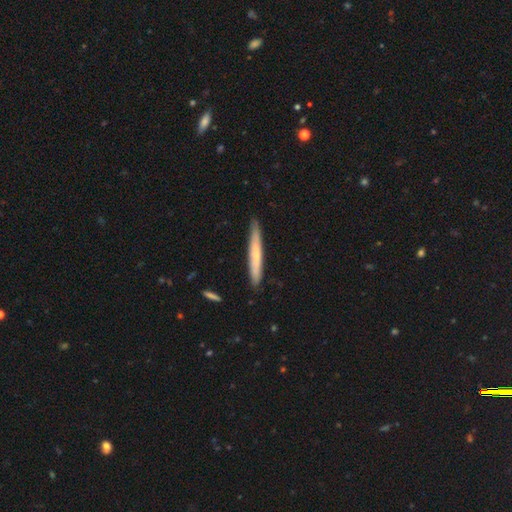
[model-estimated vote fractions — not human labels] A smooth galaxy with no disk features (57%) that is cigar-shaped (96%).

Vote fractions:
- Smooth or featured? smooth: 57% / featured or disk: 38% / star or artifact: 5%
- How rounded? cigar-shaped: 96% / in between: 3% / round: 1%
- Merging? none: 88% / minor disturbance: 9% / major disturbance: 1% / merger: 1%